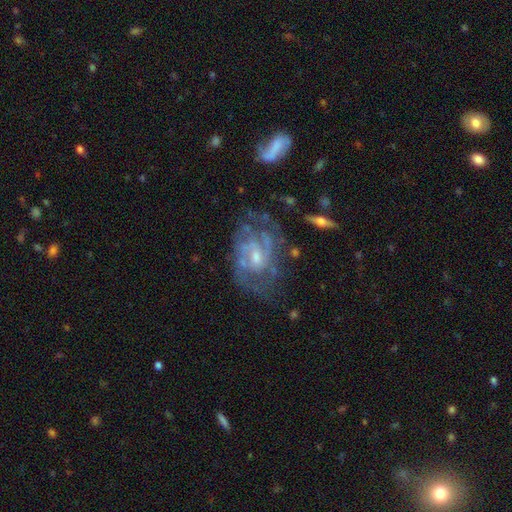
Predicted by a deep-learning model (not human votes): Smooth or featured? Predicted: featured or disk (p=0.83). Edge-on disk? Predicted: no (p=0.97). Bar? Predicted: no (p=0.47). Spiral arms? Predicted: yes (p=0.85). Spiral winding? Predicted: tight (p=0.43, tied with medium). Spiral arm count? Predicted: 2 (p=0.40). Bulge size? Predicted: small (p=0.50). Merging? Predicted: none (p=0.56).